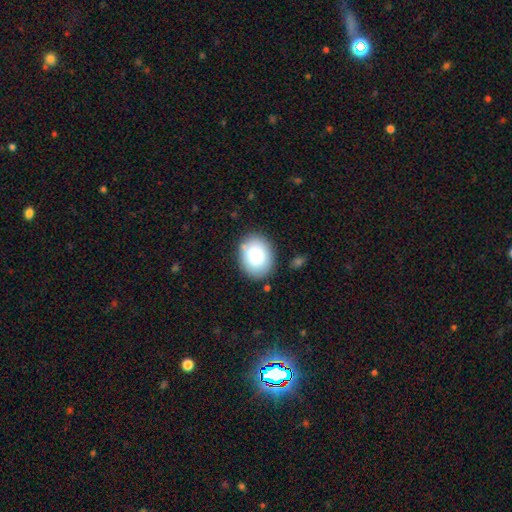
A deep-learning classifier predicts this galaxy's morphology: smooth-or-featured: smooth: 83% | featured or disk: 10% | star or artifact: 7%
  how-rounded: in between: 59% | round: 40% | cigar-shaped: 1%
  merging: none: 83% | minor disturbance: 11% | major disturbance: 3% | merger: 3%